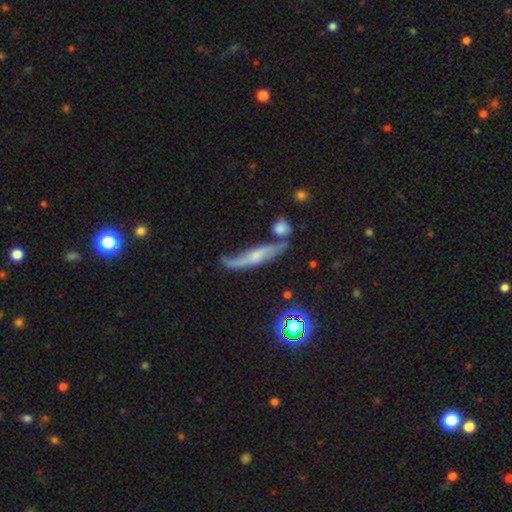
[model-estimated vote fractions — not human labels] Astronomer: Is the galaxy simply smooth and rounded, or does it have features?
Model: featured or disk — 59%.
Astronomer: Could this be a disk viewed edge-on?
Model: yes — 61% (runner-up: no, 39%).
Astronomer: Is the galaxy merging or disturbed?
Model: none — 50% (runner-up: minor disturbance, 25%).